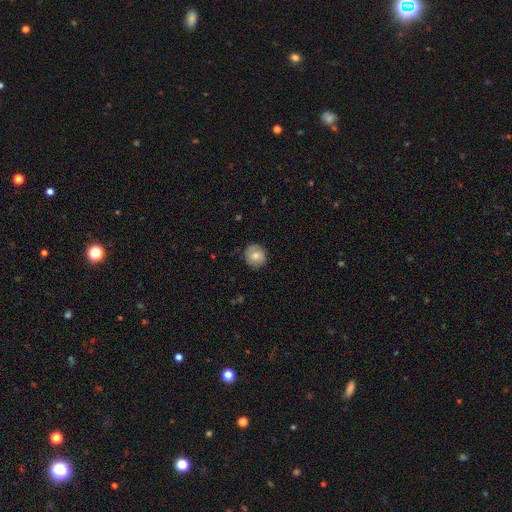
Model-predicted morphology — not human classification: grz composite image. It shows a smooth galaxy with no disk features (69%) that is round (87%). Merging: none (83%).